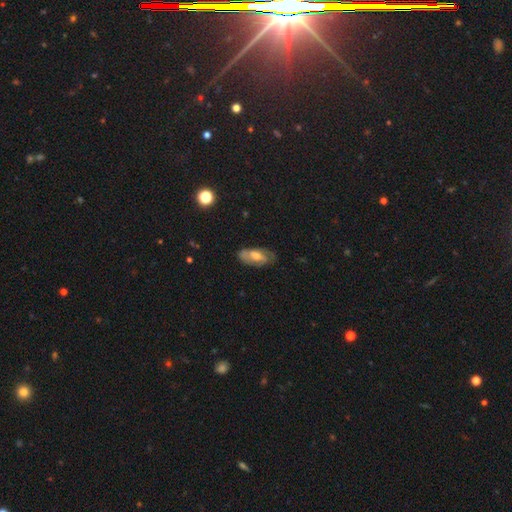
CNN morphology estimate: featured or disk 50%, smooth 42%, star or artifact 7%. Down the decision tree: edge-on disk — no (88%); merging — none (64%).